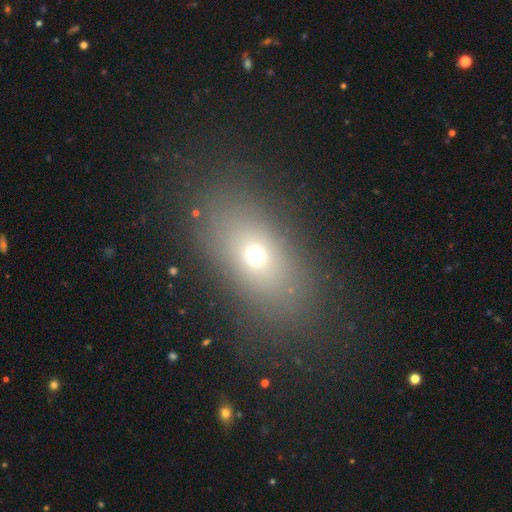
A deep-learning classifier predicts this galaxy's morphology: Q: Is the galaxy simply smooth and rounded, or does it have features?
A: smooth — 63%.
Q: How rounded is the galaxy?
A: in between — 76%.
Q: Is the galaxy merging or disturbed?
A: none — 80%.